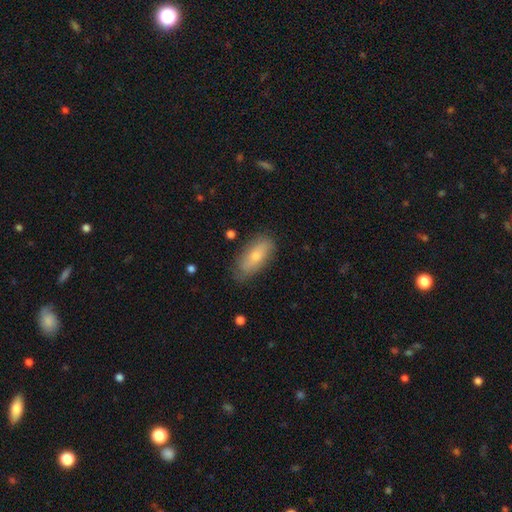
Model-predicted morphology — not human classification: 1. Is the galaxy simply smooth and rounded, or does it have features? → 65% smooth, 28% featured or disk, 7% star or artifact.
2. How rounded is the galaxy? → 77% in between, 20% cigar-shaped, 3% round.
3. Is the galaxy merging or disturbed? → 79% none, 16% minor disturbance, 3% major disturbance, 1% merger.